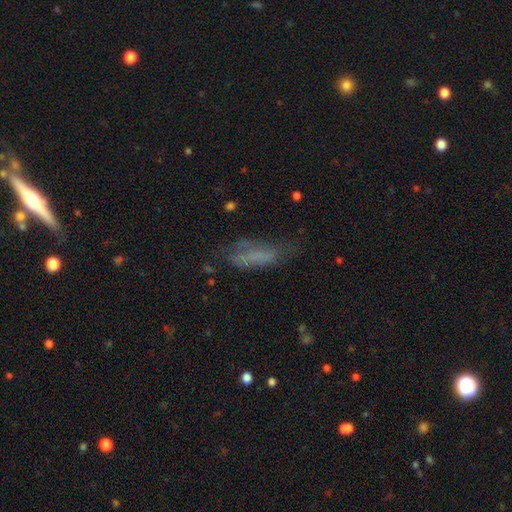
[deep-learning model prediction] smooth 55%, featured or disk 30%, star or artifact 15%. Down the decision tree: how rounded — in between (59%); merging — none (44%).